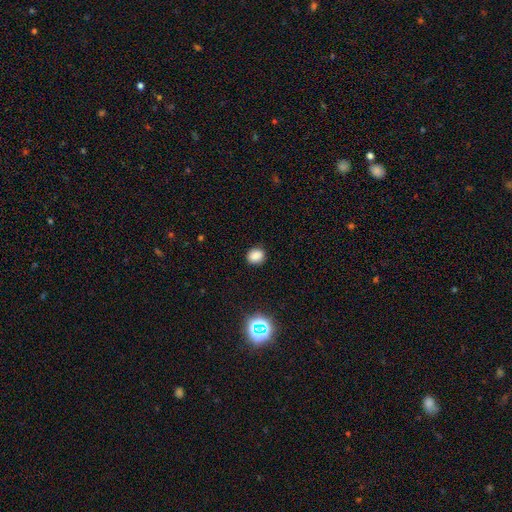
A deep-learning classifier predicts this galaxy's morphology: smooth-or-featured: smooth: 82% | star or artifact: 14% | featured or disk: 4%
  how-rounded: round: 72% | in between: 27% | cigar-shaped: 1%
  merging: none: 87% | minor disturbance: 9% | major disturbance: 3% | merger: 1%